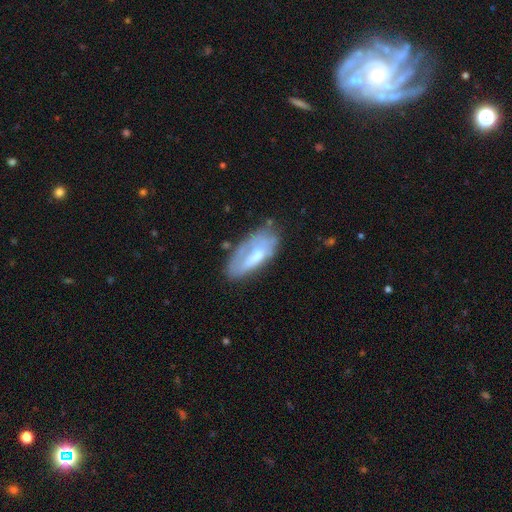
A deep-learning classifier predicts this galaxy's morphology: Smooth or featured?
  - smooth: 48% *
  - featured or disk: 44%
  - star or artifact: 8%
Merging?
  - none: 46% *
  - minor disturbance: 28%
  - major disturbance: 20%
  - merger: 6%